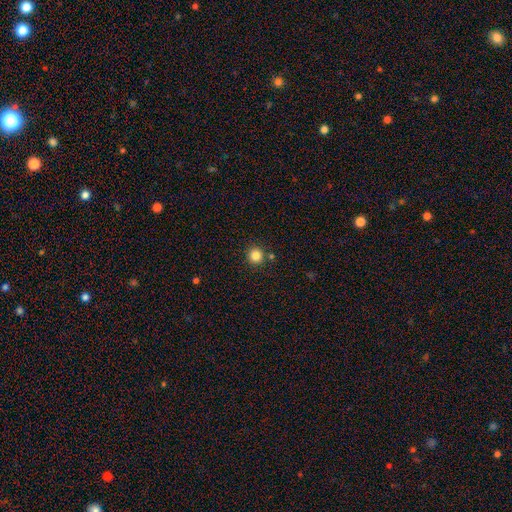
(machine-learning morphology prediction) Smooth or featured?
  - smooth: 84% *
  - star or artifact: 12%
  - featured or disk: 4%
How rounded?
  - round: 94% *
  - in between: 5%
  - cigar-shaped: 1%
Merging?
  - none: 86% *
  - minor disturbance: 7%
  - merger: 5%
  - major disturbance: 2%